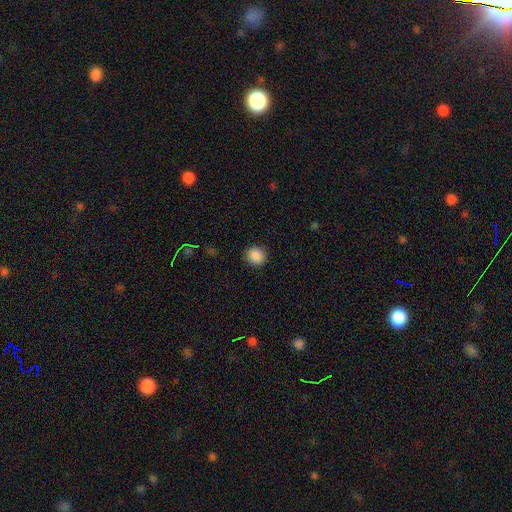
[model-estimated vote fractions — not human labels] smooth_or_featured: smooth (p=0.88) [alt: star or artifact p=0.09]
how_rounded: round (p=0.81) [alt: in between p=0.18]
merging: none (p=0.90) [alt: minor disturbance p=0.07]